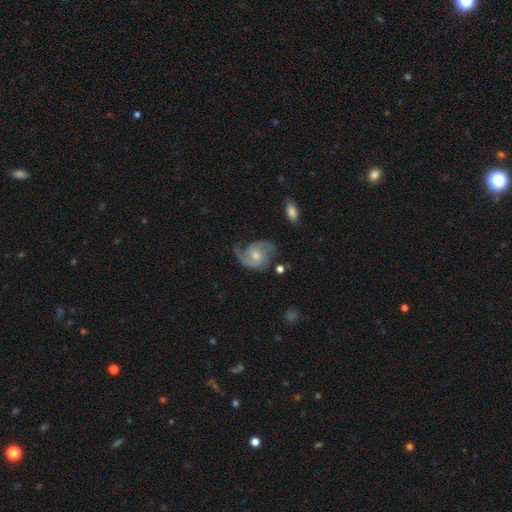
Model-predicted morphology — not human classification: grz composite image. It shows a featured or disk galaxy (83%) with no bar (57%), 2 (77%) medium (50%) spiral arms (96%) and a moderate central bulge (56%). Merging: none (60%).